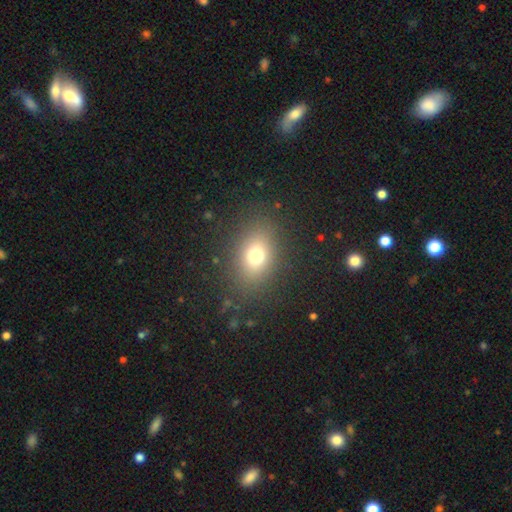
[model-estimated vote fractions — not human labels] Smooth or featured: smooth — 72% (star or artifact — 16%)
How rounded: in between — 59% (round — 39%)
Merging: none — 84% (minor disturbance — 9%)